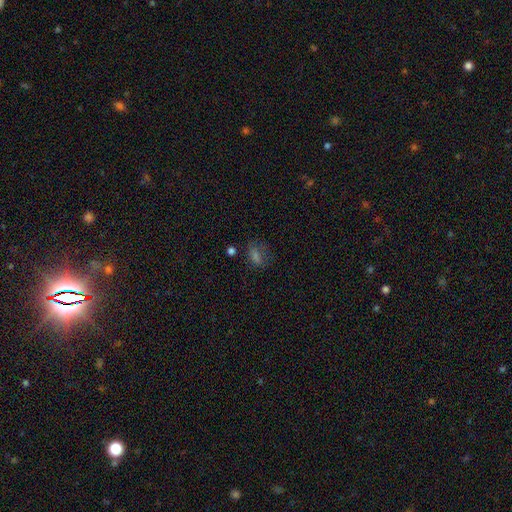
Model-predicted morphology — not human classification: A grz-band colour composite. It shows a smooth galaxy with no disk features (56%) that is in between round and cigar-shaped (70%). Merging: none (67%).